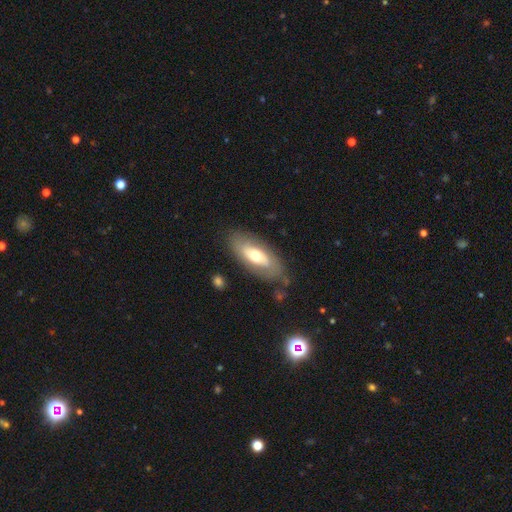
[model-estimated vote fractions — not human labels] Smooth or featured: smooth — 48% (featured or disk — 46%)
Merging: none — 75% (minor disturbance — 17%)